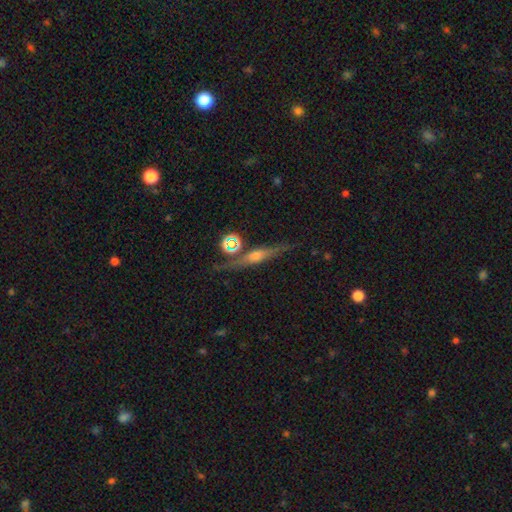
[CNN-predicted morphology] This is likely a featured or disk galaxy (66%). It is clearly viewed edge-on (94%). Edge-on bulge: clearly rounded (84%). Merging: likely none (79%).